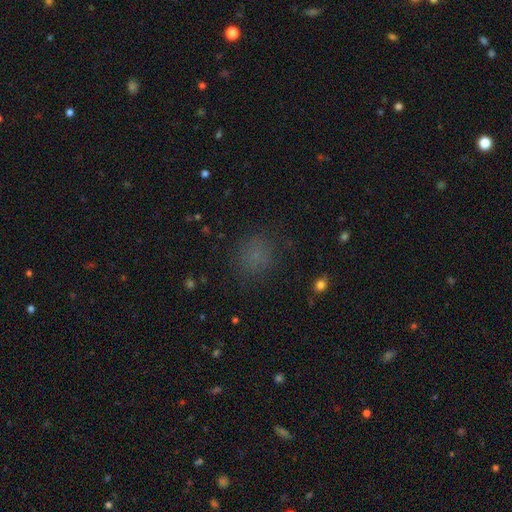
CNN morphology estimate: Q: Smooth or featured?
A: smooth (71%); runner-up: star or artifact (22%)
Q: How rounded?
A: round (83%); runner-up: in between (16%)
Q: Merging?
A: none (82%); runner-up: minor disturbance (12%)